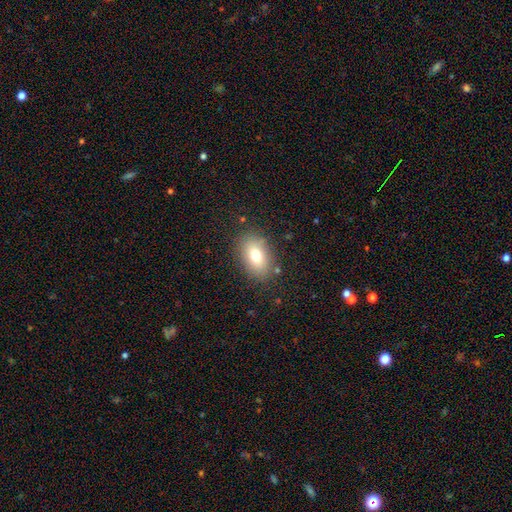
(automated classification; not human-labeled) This is likely a smooth galaxy (74%). How rounded: clearly in between (84%). Merging: clearly none (84%).